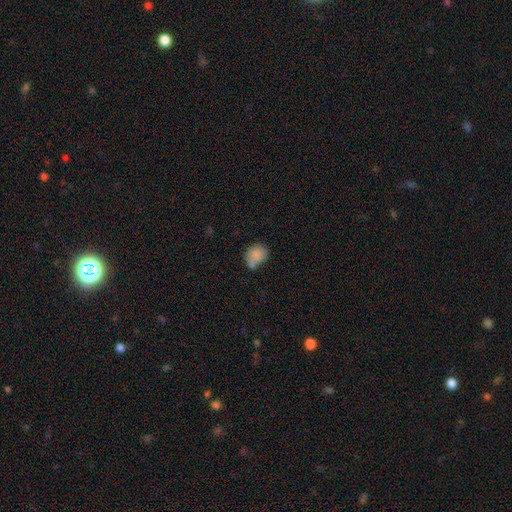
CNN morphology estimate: This appears to be a smooth galaxy with no disk features (82%) that is round (62%). Merging: none (44%).